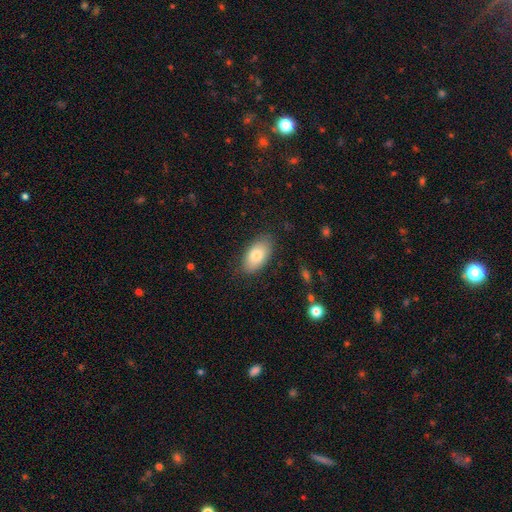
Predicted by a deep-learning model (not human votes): This is likely a smooth galaxy (79%). How rounded: clearly in between (94%). Merging: clearly none (83%).